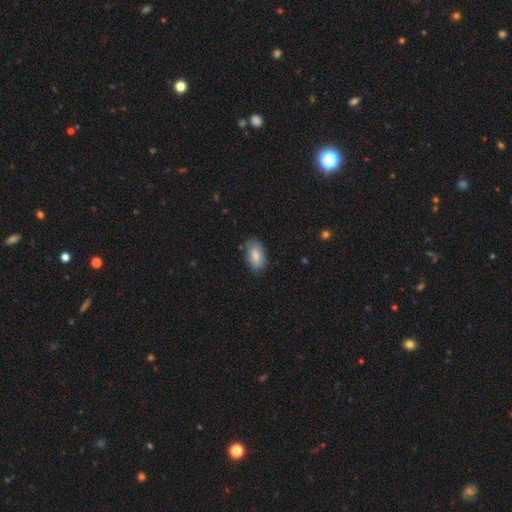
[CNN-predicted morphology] Smooth or featured? smooth (84%)
How rounded? in between (92%)
Merging? none (78%)